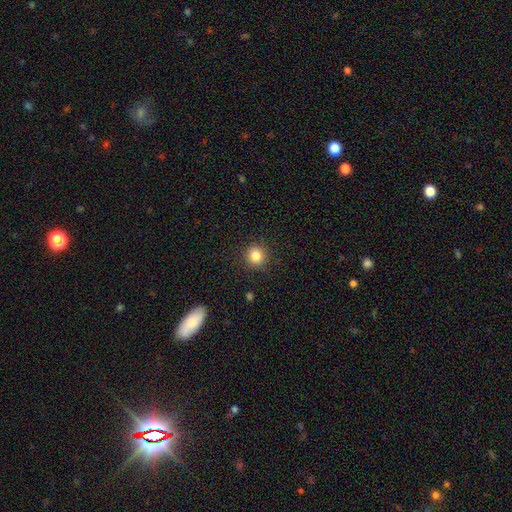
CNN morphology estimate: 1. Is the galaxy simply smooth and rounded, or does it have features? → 84% smooth, 11% star or artifact, 5% featured or disk.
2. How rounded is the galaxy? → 91% round, 8% in between, 1% cigar-shaped.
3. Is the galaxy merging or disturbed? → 90% none, 7% minor disturbance, 2% major disturbance, 1% merger.